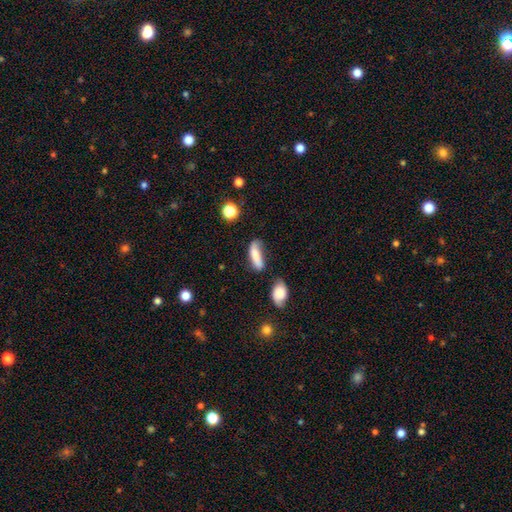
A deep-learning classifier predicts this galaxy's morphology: smooth-or-featured: smooth: 76% | featured or disk: 15% | star or artifact: 9%
  how-rounded: in between: 52% | cigar-shaped: 45% | round: 3%
  merging: none: 41% | minor disturbance: 30% | major disturbance: 16% | merger: 13%